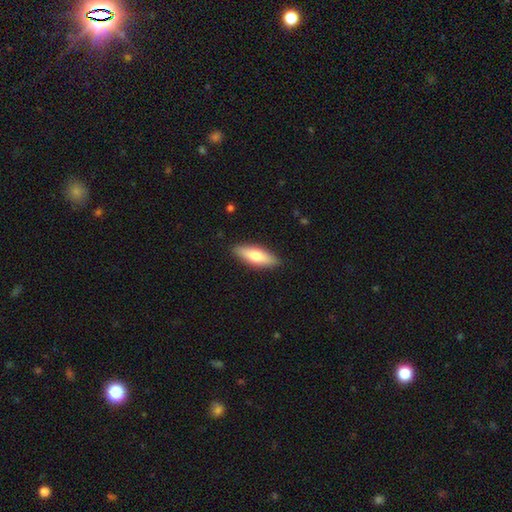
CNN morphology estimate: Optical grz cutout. It shows a smooth galaxy with no disk features (67%) that is in between round and cigar-shaped (55%). Merging: none (89%).